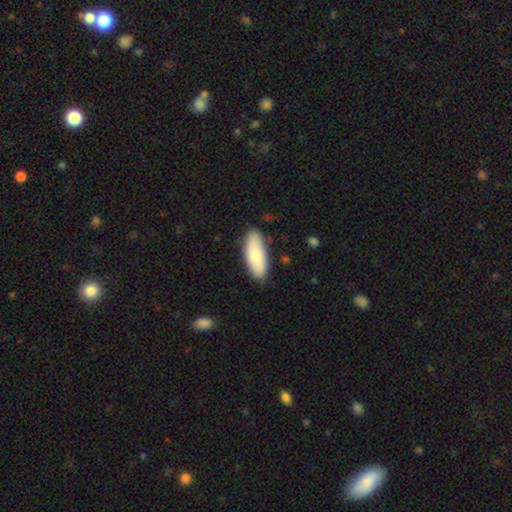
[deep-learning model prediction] smooth_or_featured: smooth (p=0.77) [alt: featured or disk p=0.18]
how_rounded: in between (p=0.78) [alt: cigar-shaped p=0.20]
merging: none (p=0.85) [alt: minor disturbance p=0.12]